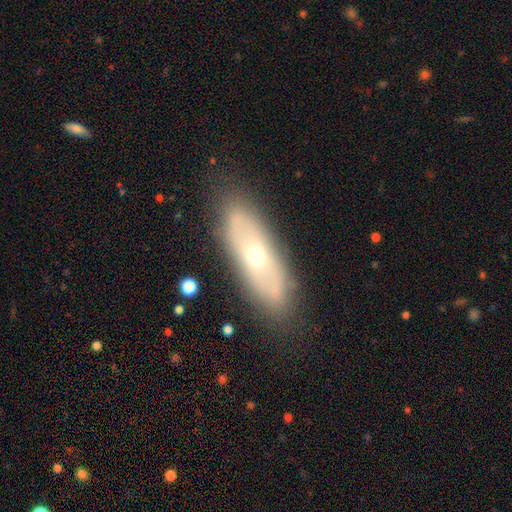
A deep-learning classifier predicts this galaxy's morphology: Smooth or featured?
  - featured or disk: 52% *
  - smooth: 40%
  - star or artifact: 8%
Edge-on disk?
  - no: 69% *
  - yes: 31%
Merging?
  - none: 84% *
  - minor disturbance: 12%
  - major disturbance: 3%
  - merger: 1%